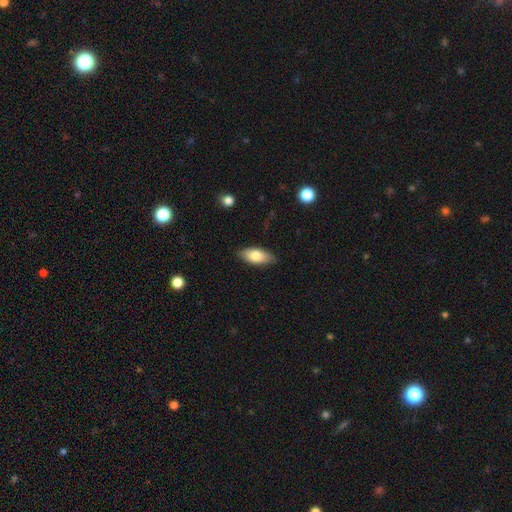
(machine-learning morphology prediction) A smooth galaxy with no disk features (76%) that is in between round and cigar-shaped (86%).

Vote fractions:
- Smooth or featured? smooth: 76% / featured or disk: 17% / star or artifact: 6%
- How rounded? in between: 86% / cigar-shaped: 12% / round: 3%
- Merging? none: 84% / minor disturbance: 12% / major disturbance: 2% / merger: 1%